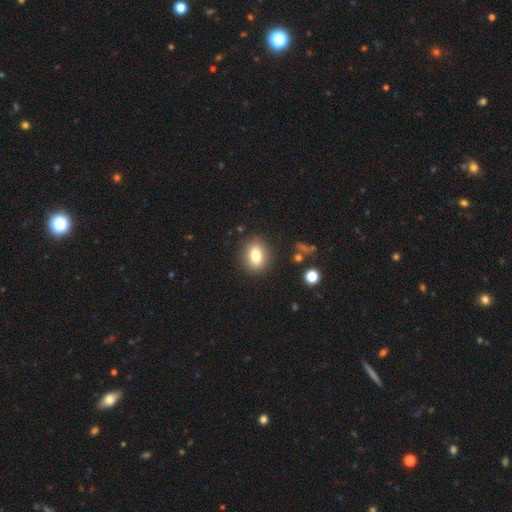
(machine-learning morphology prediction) A smooth galaxy with no disk features (80%) that is in between round and cigar-shaped (57%). Merging: none (87%).